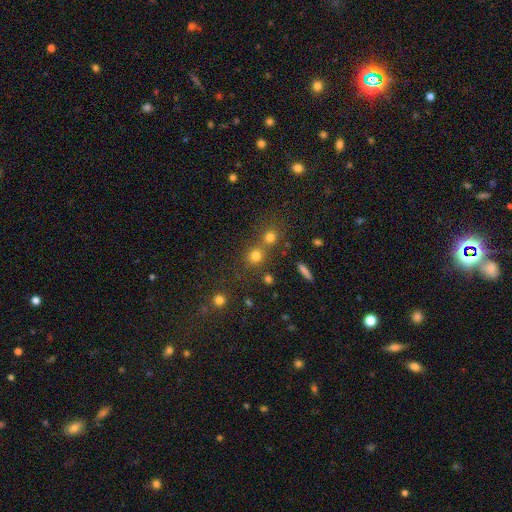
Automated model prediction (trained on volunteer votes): smooth_or_featured: smooth (p=0.76) [alt: star or artifact p=0.16]
how_rounded: round (p=0.86) [alt: in between p=0.12]
merging: none (p=0.59) [alt: merger p=0.31]